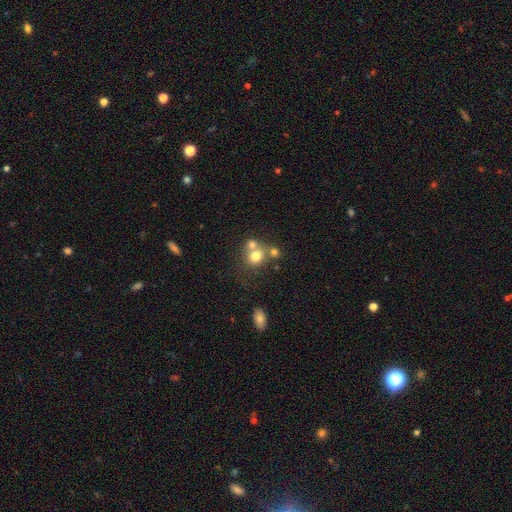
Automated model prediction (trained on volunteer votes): Smooth or featured? smooth (72%)
How rounded? round (78%)
Merging? merger (45%)